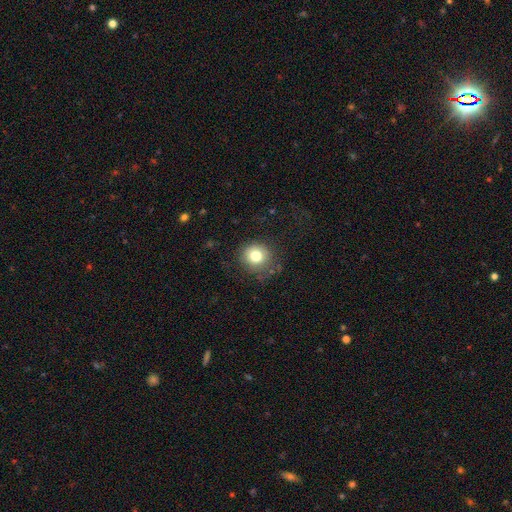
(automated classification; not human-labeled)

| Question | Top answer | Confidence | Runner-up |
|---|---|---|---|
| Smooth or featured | smooth | 78% | star or artifact (11%) |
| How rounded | round | 89% | in between (10%) |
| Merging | none | 79% | minor disturbance (14%) |